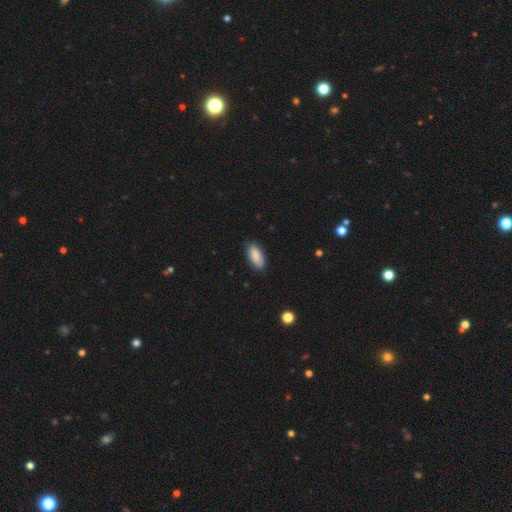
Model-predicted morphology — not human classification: Q: Smooth or featured?
A: smooth (87%); runner-up: featured or disk (7%)
Q: How rounded?
A: in between (86%); runner-up: cigar-shaped (12%)
Q: Merging?
A: none (79%); runner-up: minor disturbance (17%)